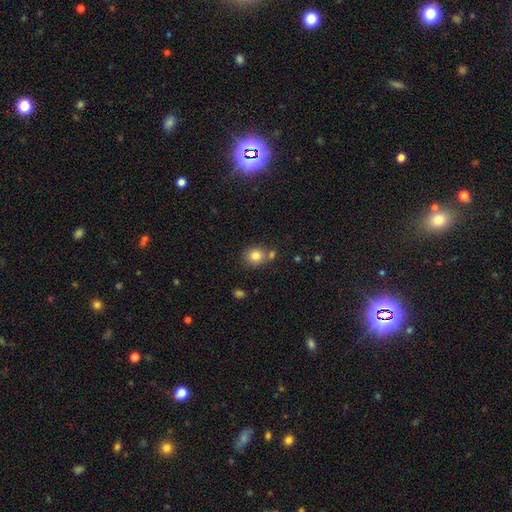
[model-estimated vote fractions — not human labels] Overall: smooth (82%). How rounded: round (78%). Merging: none (66%).